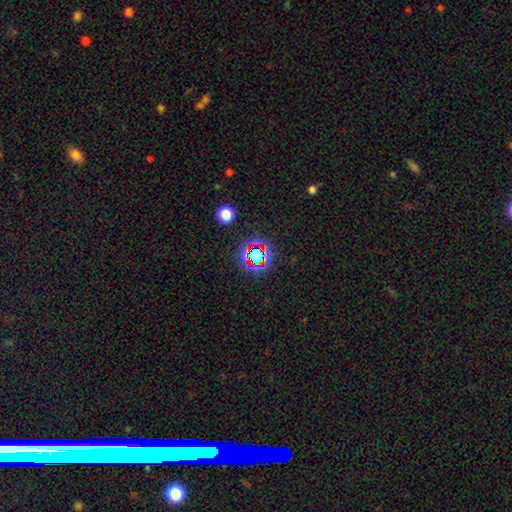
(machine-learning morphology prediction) Smooth or featured: star or artifact — 69% (smooth — 20%)